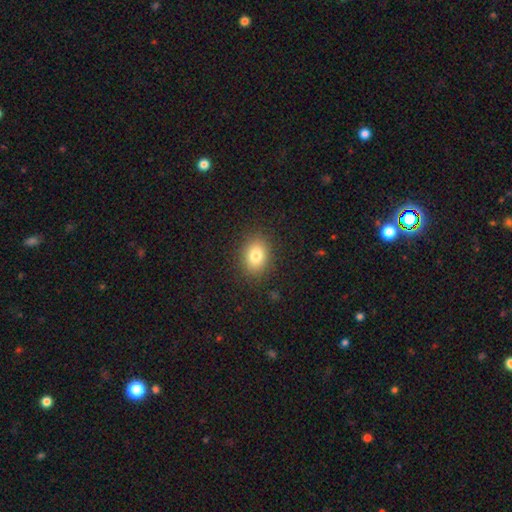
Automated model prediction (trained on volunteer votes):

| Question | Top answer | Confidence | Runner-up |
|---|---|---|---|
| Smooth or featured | smooth | 80% | star or artifact (11%) |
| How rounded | in between | 59% | round (40%) |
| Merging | none | 88% | minor disturbance (8%) |